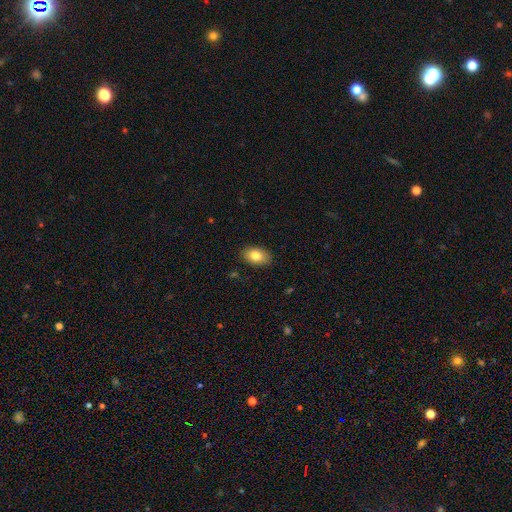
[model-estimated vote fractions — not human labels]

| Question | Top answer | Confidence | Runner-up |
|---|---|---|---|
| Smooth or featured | smooth | 82% | featured or disk (10%) |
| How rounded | in between | 89% | round (9%) |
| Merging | none | 86% | minor disturbance (10%) |